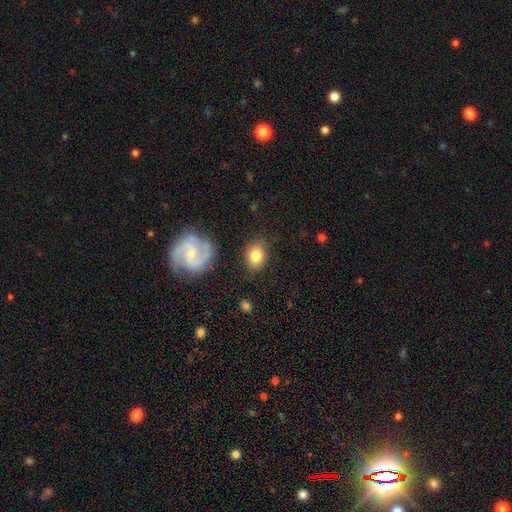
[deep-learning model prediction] Q: Smooth or featured?
A: smooth (79%); runner-up: featured or disk (13%)
Q: How rounded?
A: in between (59%); runner-up: round (39%)
Q: Merging?
A: none (80%); runner-up: minor disturbance (13%)